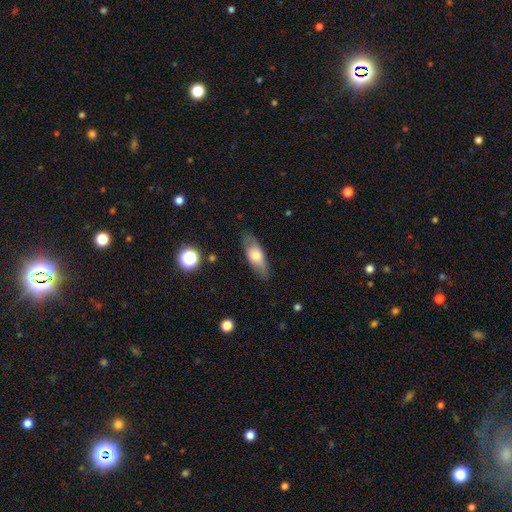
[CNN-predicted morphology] A smooth galaxy with no disk features (62%) that is in between round and cigar-shaped (71%).

Vote fractions:
- Smooth or featured? smooth: 62% / featured or disk: 31% / star or artifact: 7%
- How rounded? in between: 71% / cigar-shaped: 25% / round: 4%
- Merging? none: 80% / minor disturbance: 15% / major disturbance: 4% / merger: 1%